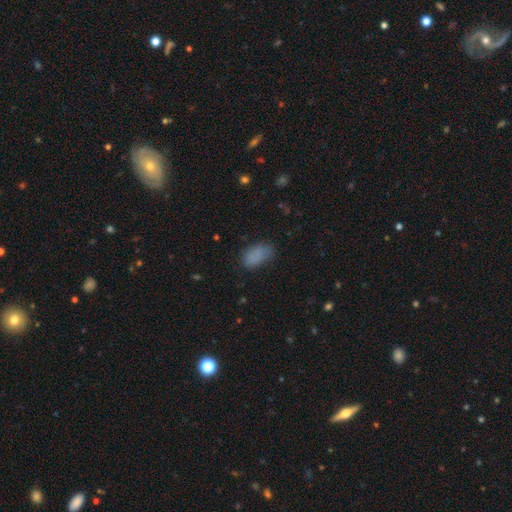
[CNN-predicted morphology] This is clearly a smooth galaxy (85%). How rounded: clearly in between (93%). Merging: likely none (72%).